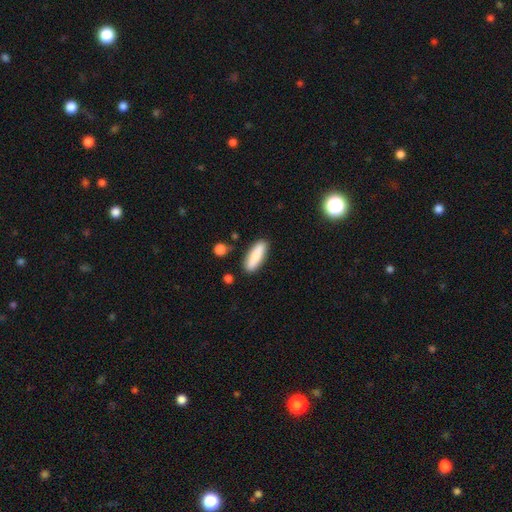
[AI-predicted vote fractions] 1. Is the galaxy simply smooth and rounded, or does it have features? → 85% smooth, 10% featured or disk, 6% star or artifact.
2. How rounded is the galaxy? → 51% cigar-shaped, 47% in between, 2% round.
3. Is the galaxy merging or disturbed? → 85% none, 10% minor disturbance, 2% merger, 2% major disturbance.